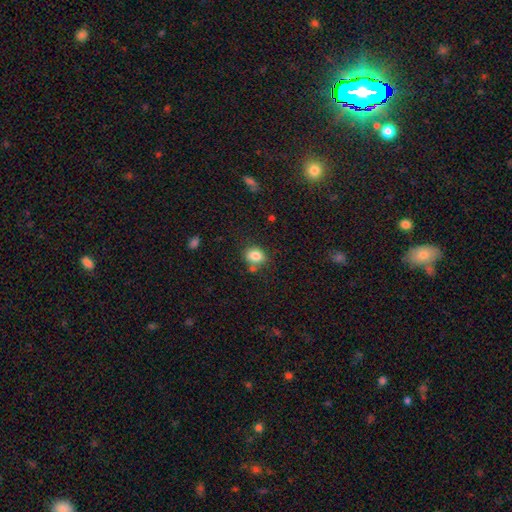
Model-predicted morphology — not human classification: Smooth or featured? Predicted: smooth (p=0.83). How rounded? Predicted: in between (p=0.55). Merging? Predicted: none (p=0.72).